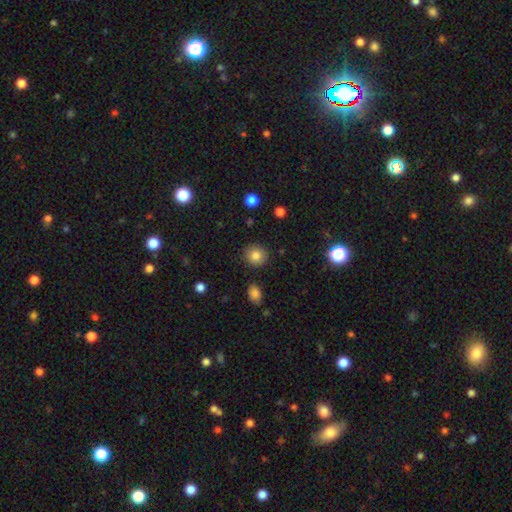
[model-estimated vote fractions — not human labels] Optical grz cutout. It shows a smooth galaxy with no disk features (82%) that is round (89%). Merging: none (89%).